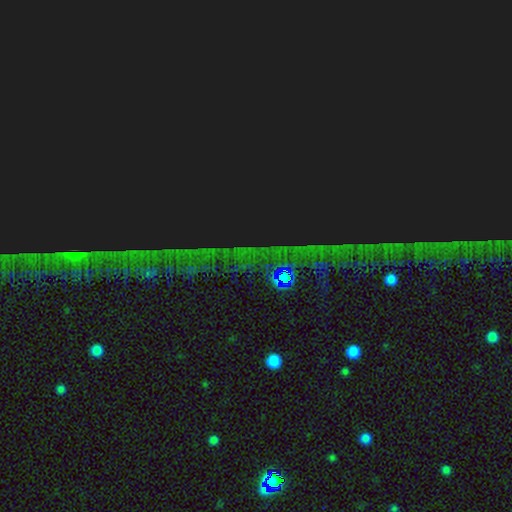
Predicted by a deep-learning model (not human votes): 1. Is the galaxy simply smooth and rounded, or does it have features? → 82% star or artifact, 10% smooth, 8% featured or disk.